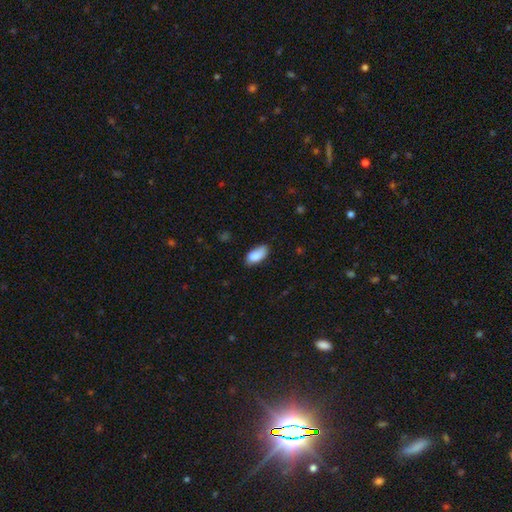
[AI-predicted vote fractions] Overall: smooth (86%). How rounded: in between (92%). Merging: none (64%; minor disturbance 29%).